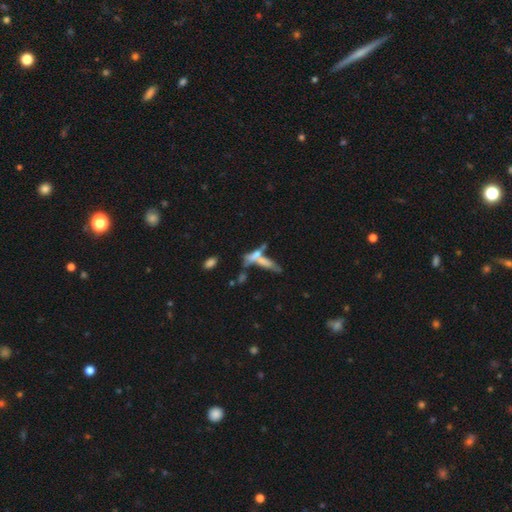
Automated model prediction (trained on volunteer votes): Overall: smooth (53%; featured or disk 34%). How rounded: cigar-shaped (64%; in between 32%). Merging: merger (51%; none 29%).